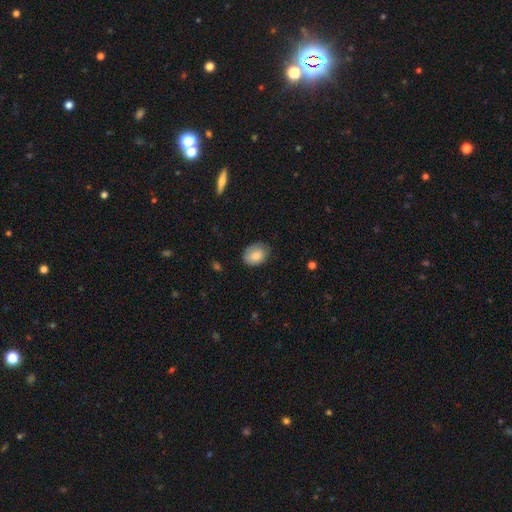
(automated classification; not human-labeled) Smooth or featured?
  - smooth: 80% *
  - featured or disk: 13%
  - star or artifact: 7%
How rounded?
  - in between: 67% *
  - round: 32%
  - cigar-shaped: 1%
Merging?
  - none: 70% *
  - minor disturbance: 24%
  - major disturbance: 5%
  - merger: 1%